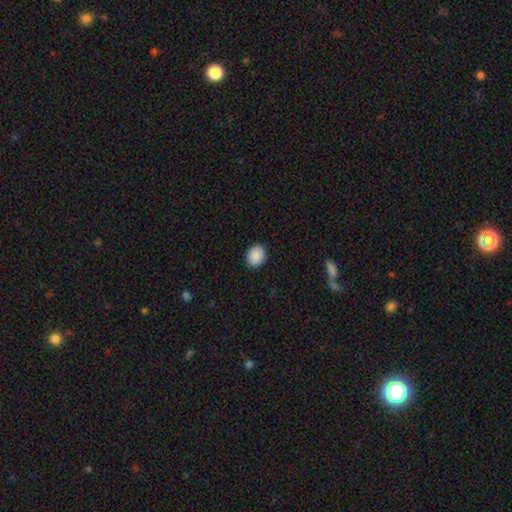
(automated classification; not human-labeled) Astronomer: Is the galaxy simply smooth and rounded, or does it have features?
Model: smooth — 90%.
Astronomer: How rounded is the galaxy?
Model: in between — 54% (runner-up: round, 46%).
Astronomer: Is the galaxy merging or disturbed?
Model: none — 89%.